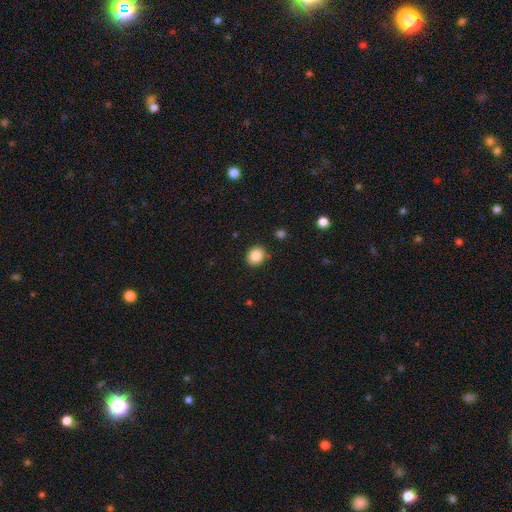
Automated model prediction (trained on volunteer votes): Smooth or featured: smooth — 85% (star or artifact — 10%)
How rounded: round — 69% (in between — 31%)
Merging: none — 86% (minor disturbance — 10%)